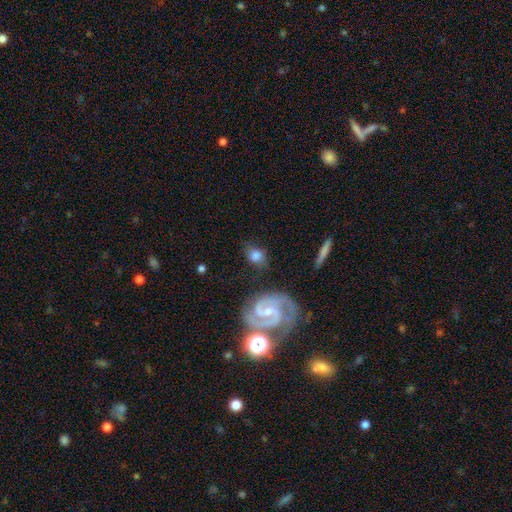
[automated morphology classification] Smooth or featured? smooth (54%)
How rounded? round (51%)
Merging? none (66%)